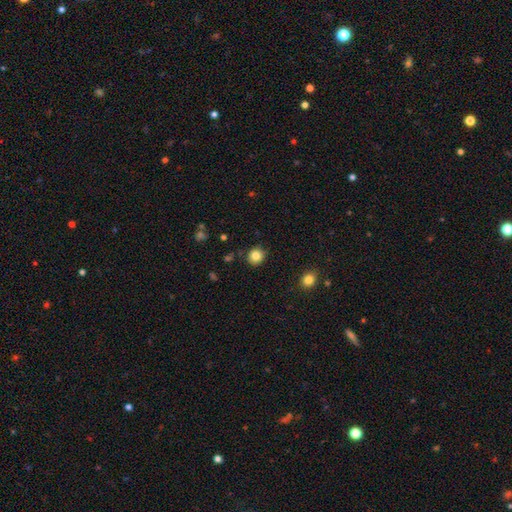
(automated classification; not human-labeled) Smooth or featured?
  - smooth: 84% *
  - star or artifact: 11%
  - featured or disk: 6%
How rounded?
  - round: 86% *
  - in between: 13%
  - cigar-shaped: 1%
Merging?
  - none: 88% *
  - minor disturbance: 8%
  - major disturbance: 2%
  - merger: 2%